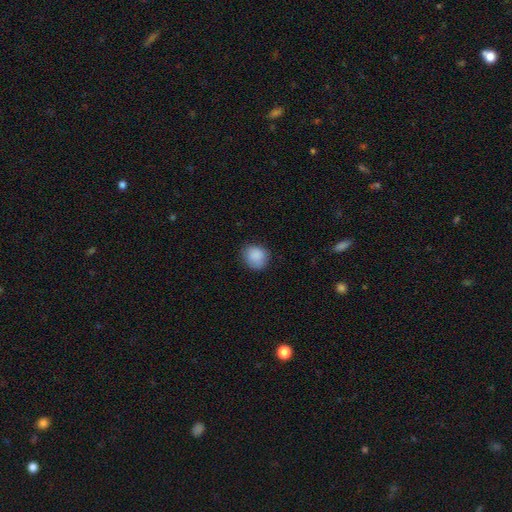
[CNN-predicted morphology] smooth_or_featured: smooth (p=0.88) [alt: star or artifact p=0.08]
how_rounded: round (p=0.76) [alt: in between p=0.23]
merging: none (p=0.80) [alt: minor disturbance p=0.15]